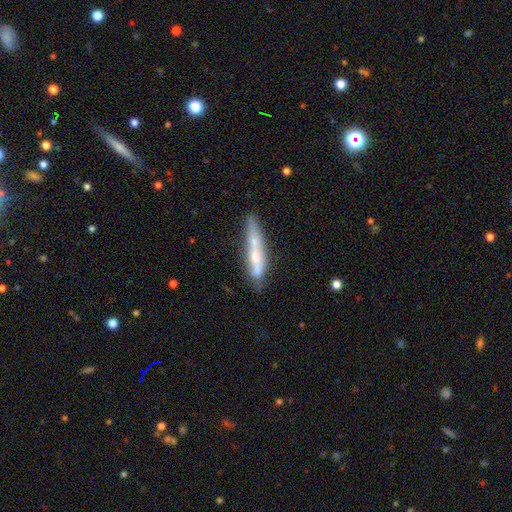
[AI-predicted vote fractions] This appears to be a featured or disk galaxy (48%). Merging: none (55%).